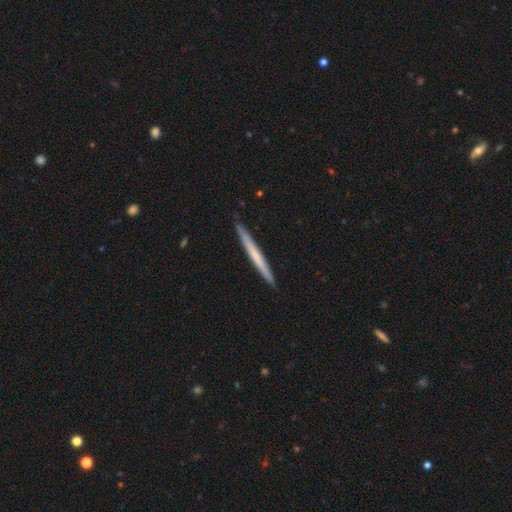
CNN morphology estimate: Smooth or featured? Predicted: featured or disk (p=0.48). Merging? Predicted: none (p=0.91).